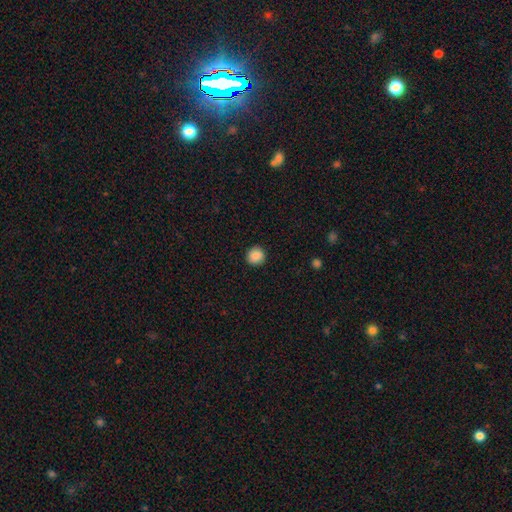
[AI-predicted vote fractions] smooth 88%, star or artifact 9%, featured or disk 3%. Down the decision tree: how rounded — round (92%); merging — none (92%).